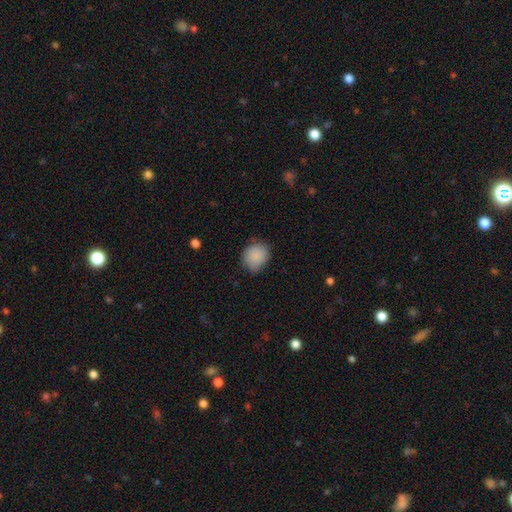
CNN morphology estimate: Overall: smooth (88%). How rounded: round (72%). Merging: none (74%).